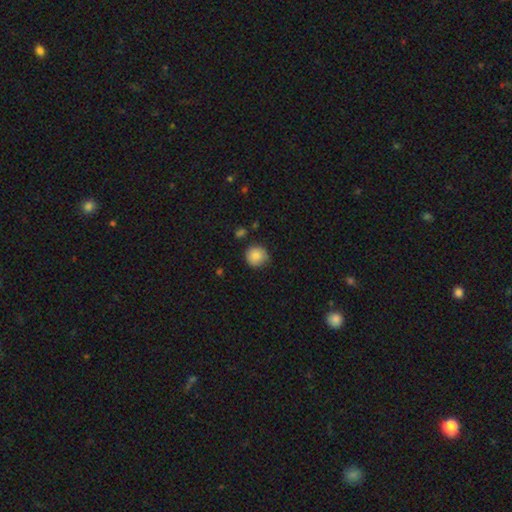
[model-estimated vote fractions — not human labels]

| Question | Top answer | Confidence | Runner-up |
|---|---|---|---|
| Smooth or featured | smooth | 86% | star or artifact (9%) |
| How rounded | round | 93% | in between (6%) |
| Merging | none | 81% | minor disturbance (14%) |